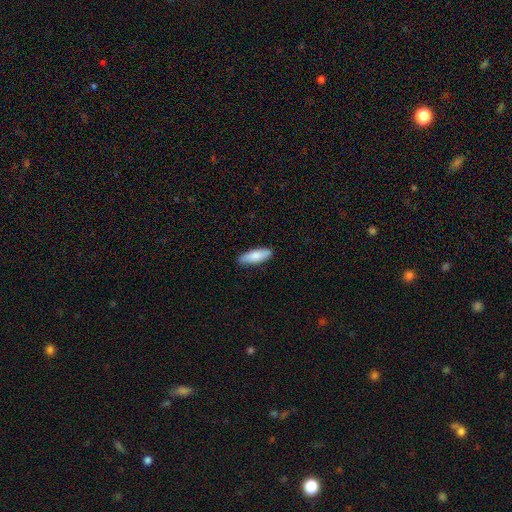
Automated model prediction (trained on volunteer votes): Overall: smooth (84%). How rounded: in between (59%; cigar-shaped 39%). Merging: none (87%).